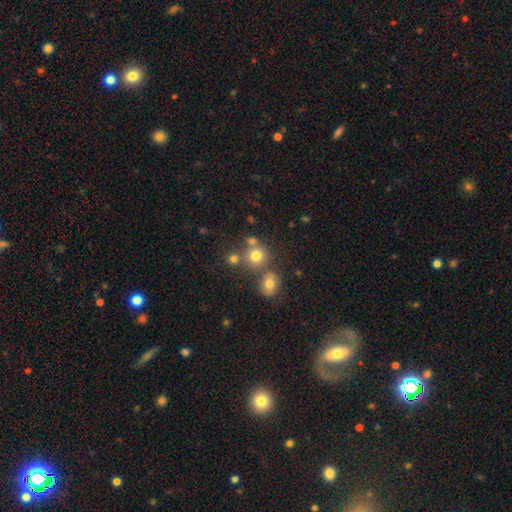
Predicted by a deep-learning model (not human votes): Q: Smooth or featured?
A: smooth (75%); runner-up: star or artifact (15%)
Q: How rounded?
A: round (86%); runner-up: in between (13%)
Q: Merging?
A: none (61%); runner-up: merger (25%)